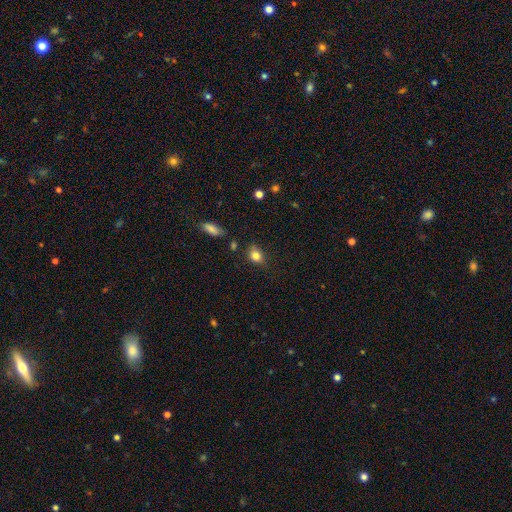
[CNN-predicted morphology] Q: Smooth or featured?
A: smooth (82%); runner-up: star or artifact (11%)
Q: How rounded?
A: in between (50%); runner-up: round (48%)
Q: Merging?
A: none (70%); runner-up: minor disturbance (22%)